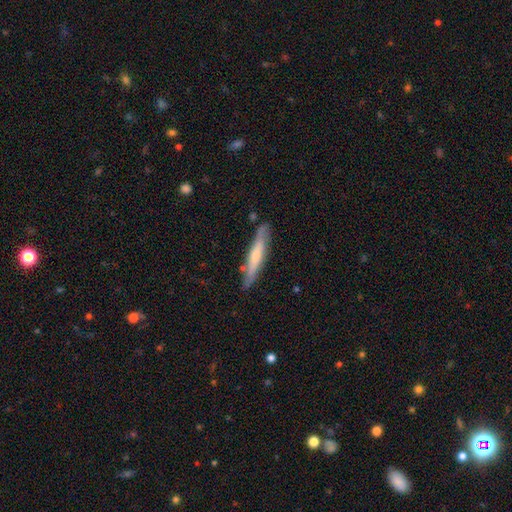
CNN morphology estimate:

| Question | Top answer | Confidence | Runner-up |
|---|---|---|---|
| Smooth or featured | smooth | 48% | featured or disk (47%) |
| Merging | none | 81% | minor disturbance (14%) |